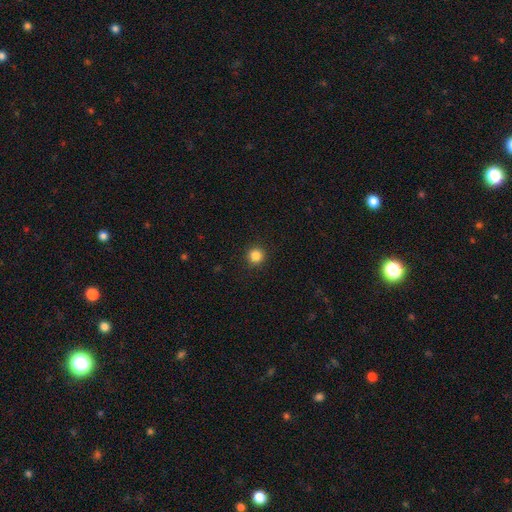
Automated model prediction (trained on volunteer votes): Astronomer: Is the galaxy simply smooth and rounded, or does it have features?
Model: smooth — 85%.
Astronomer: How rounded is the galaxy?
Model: round — 94%.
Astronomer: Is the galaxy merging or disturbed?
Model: none — 92%.